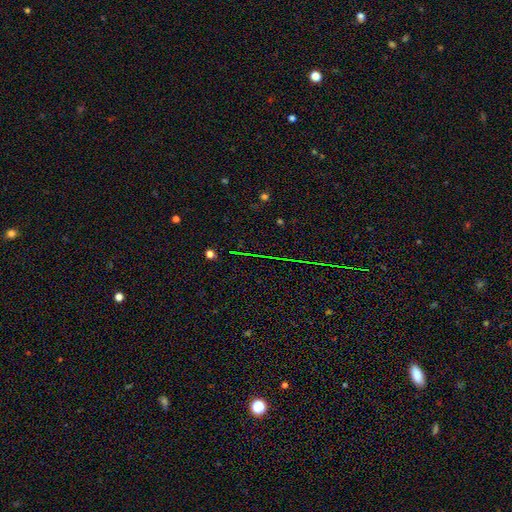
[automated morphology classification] Smooth or featured?
  - star or artifact: 77% *
  - smooth: 12%
  - featured or disk: 11%